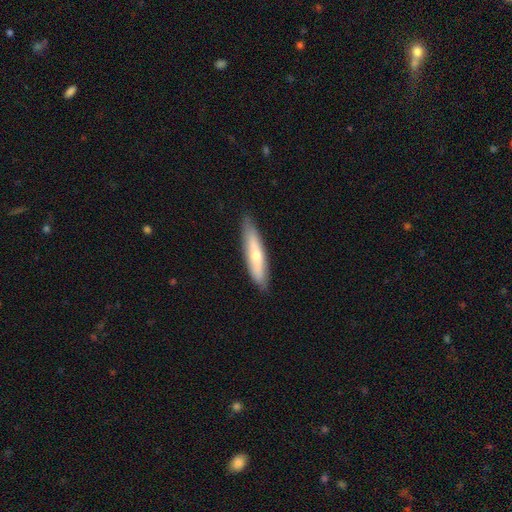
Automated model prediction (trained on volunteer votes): Smooth or featured?
  - smooth: 56% *
  - featured or disk: 39%
  - star or artifact: 5%
How rounded?
  - cigar-shaped: 79% *
  - in between: 19%
  - round: 2%
Merging?
  - none: 85% *
  - minor disturbance: 12%
  - major disturbance: 2%
  - merger: 1%